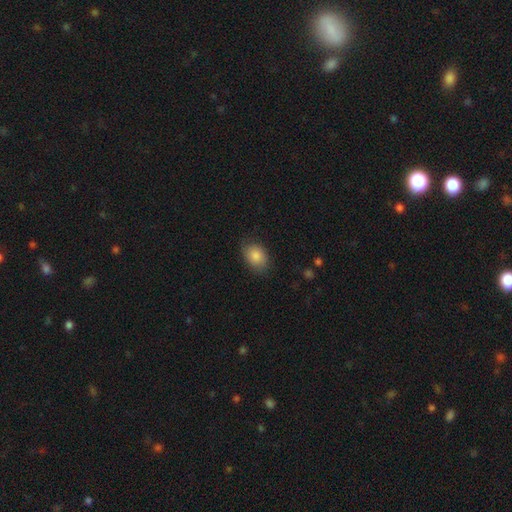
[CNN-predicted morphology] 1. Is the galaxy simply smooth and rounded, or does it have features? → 85% smooth, 8% star or artifact, 8% featured or disk.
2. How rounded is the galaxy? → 76% in between, 22% round, 1% cigar-shaped.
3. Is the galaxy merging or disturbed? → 78% none, 17% minor disturbance, 4% major disturbance, 1% merger.